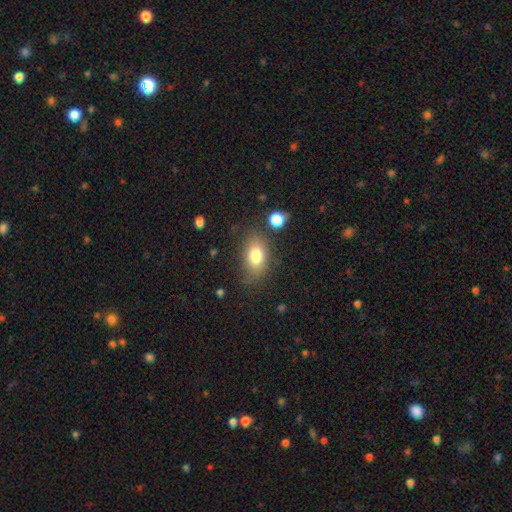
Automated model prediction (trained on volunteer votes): Smooth or featured: smooth — 78% (featured or disk — 12%)
How rounded: in between — 84% (round — 14%)
Merging: none — 74% (minor disturbance — 16%)